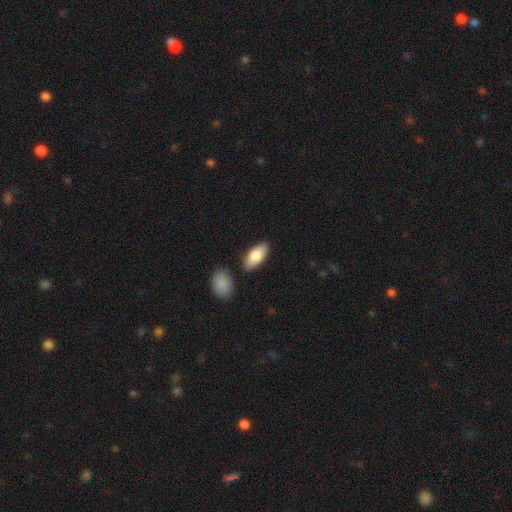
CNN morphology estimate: smooth_or_featured: smooth (p=0.83) [alt: featured or disk p=0.12]
how_rounded: in between (p=0.89) [alt: cigar-shaped p=0.09]
merging: none (p=0.81) [alt: minor disturbance p=0.11]